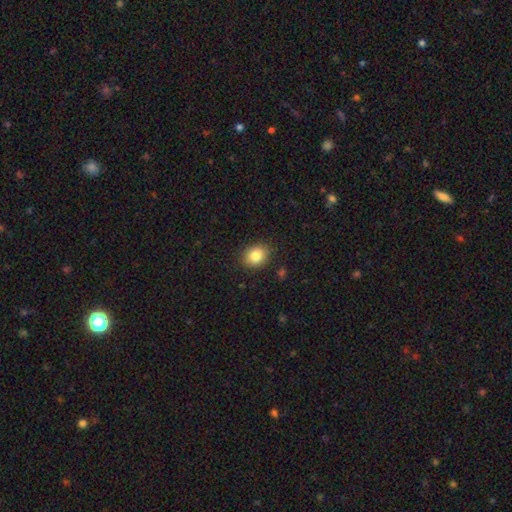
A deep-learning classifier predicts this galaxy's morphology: Smooth or featured: smooth — 84% (star or artifact — 9%)
How rounded: round — 55% (in between — 44%)
Merging: none — 88% (minor disturbance — 9%)